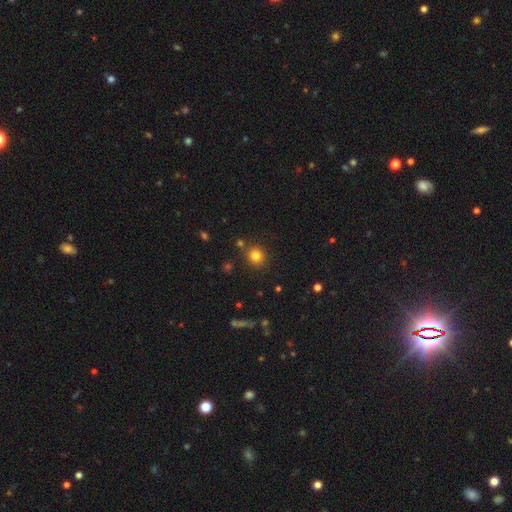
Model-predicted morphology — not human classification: Smooth or featured?
  - smooth: 80% *
  - star or artifact: 14%
  - featured or disk: 7%
How rounded?
  - round: 88% *
  - in between: 11%
  - cigar-shaped: 1%
Merging?
  - none: 84% *
  - minor disturbance: 8%
  - merger: 5%
  - major disturbance: 3%